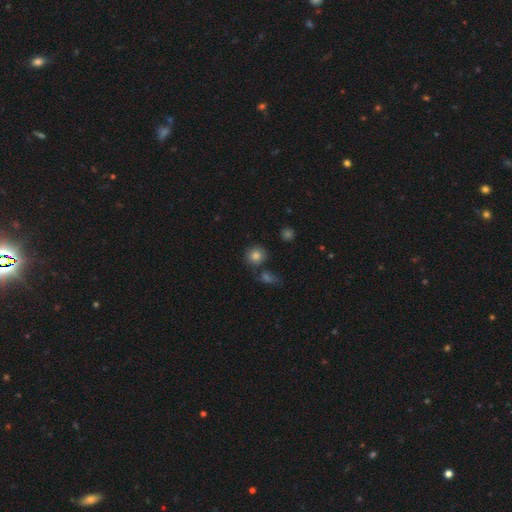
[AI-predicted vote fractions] This is clearly a smooth galaxy (82%). How rounded: clearly round (88%). Merging: likely none (71%).